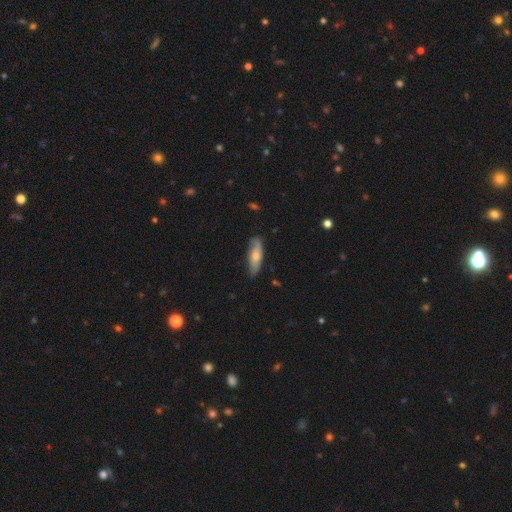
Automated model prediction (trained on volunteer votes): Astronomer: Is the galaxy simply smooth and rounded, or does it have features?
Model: smooth — 65%.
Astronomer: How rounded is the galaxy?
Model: in between — 50% (runner-up: cigar-shaped, 48%).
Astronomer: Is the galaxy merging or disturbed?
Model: none — 81%.